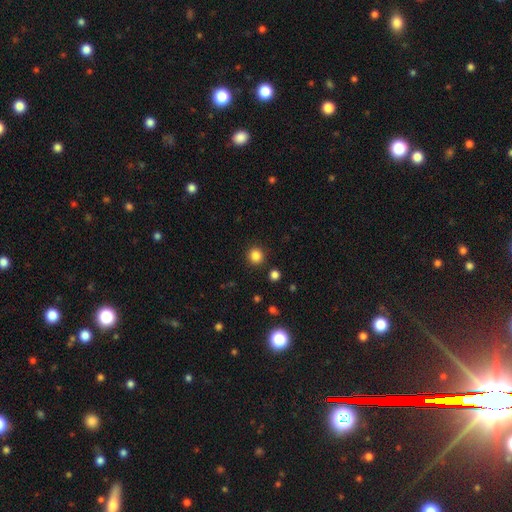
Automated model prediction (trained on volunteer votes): Overall: smooth (84%). How rounded: round (93%). Merging: none (90%).